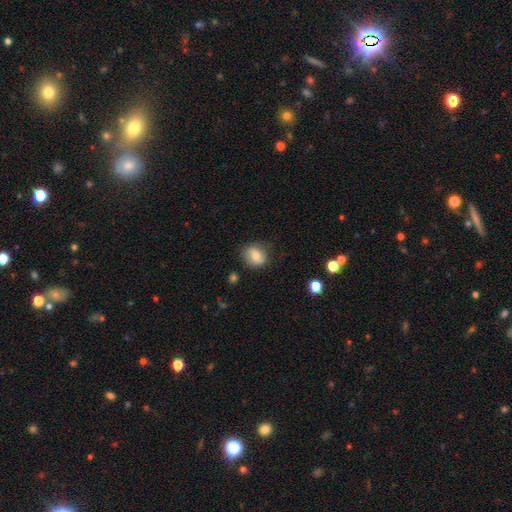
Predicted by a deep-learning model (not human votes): Smooth or featured? Predicted: smooth (p=0.70). How rounded? Predicted: round (p=0.67). Merging? Predicted: none (p=0.76).